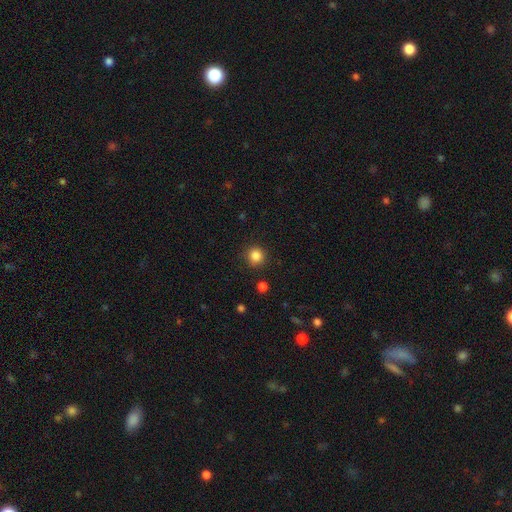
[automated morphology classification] A smooth galaxy with no disk features (85%) that is round (93%).

Vote fractions:
- Smooth or featured? smooth: 85% / star or artifact: 11% / featured or disk: 4%
- How rounded? round: 93% / in between: 6% / cigar-shaped: 1%
- Merging? none: 89% / minor disturbance: 7% / major disturbance: 2% / merger: 2%